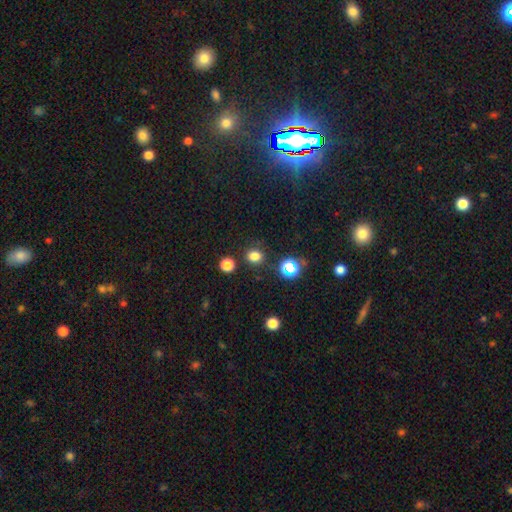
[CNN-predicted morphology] Smooth or featured? star or artifact (59%)